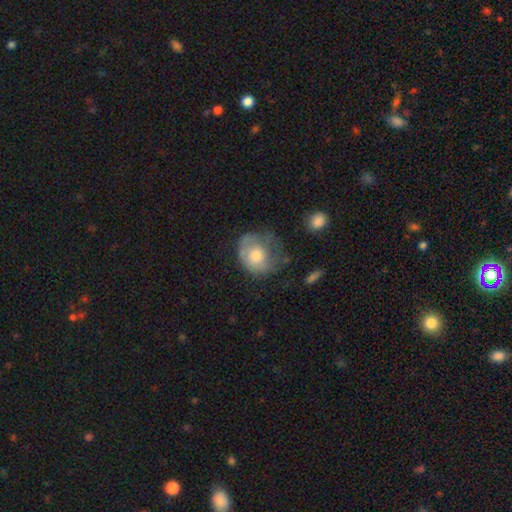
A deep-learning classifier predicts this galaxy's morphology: Smooth or featured?
  - smooth: 59% *
  - featured or disk: 34%
  - star or artifact: 7%
How rounded?
  - round: 64% *
  - in between: 35%
  - cigar-shaped: 1%
Merging?
  - none: 37% *
  - minor disturbance: 31%
  - major disturbance: 29%
  - merger: 3%